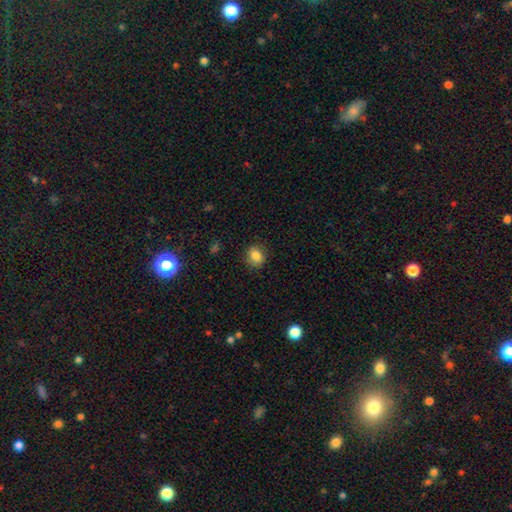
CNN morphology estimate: Smooth or featured? Predicted: smooth (p=0.84). How rounded? Predicted: round (p=0.57). Merging? Predicted: none (p=0.83).